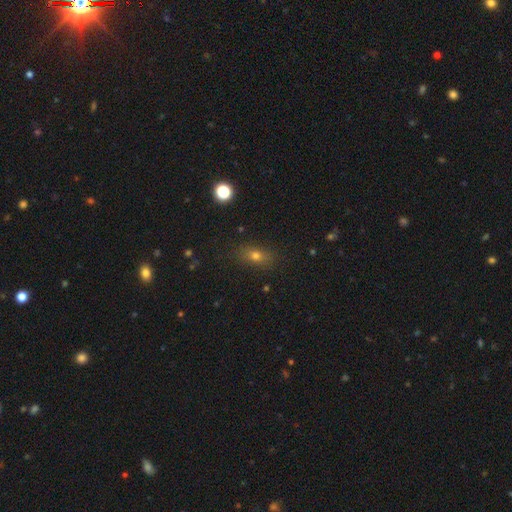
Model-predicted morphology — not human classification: smooth_or_featured: smooth (p=0.68) [alt: star or artifact p=0.18]
how_rounded: in between (p=0.65) [alt: round p=0.23]
merging: none (p=0.83) [alt: minor disturbance p=0.12]